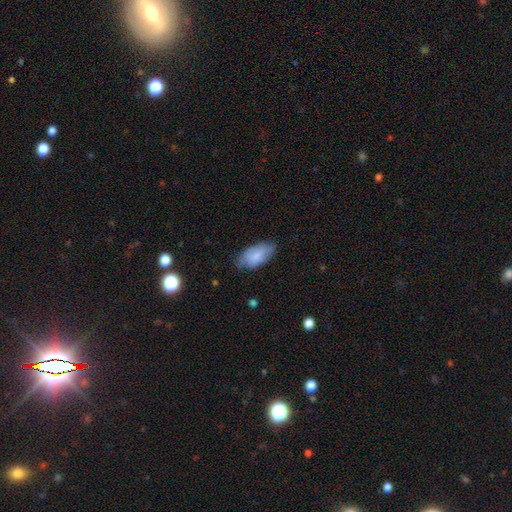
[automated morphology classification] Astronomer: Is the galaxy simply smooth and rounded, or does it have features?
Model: smooth — 78%.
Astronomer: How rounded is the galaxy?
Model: in between — 93%.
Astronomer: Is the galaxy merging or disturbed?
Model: none — 62%.